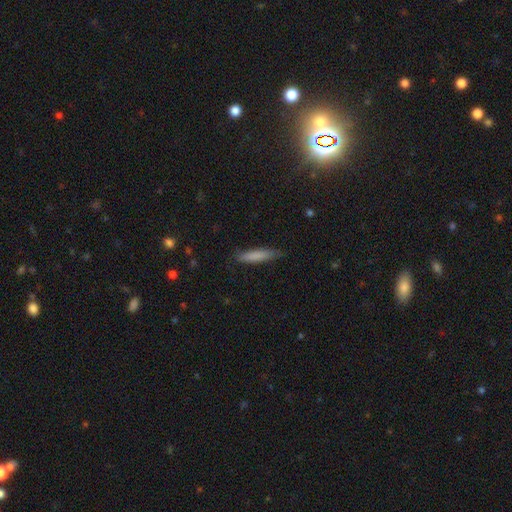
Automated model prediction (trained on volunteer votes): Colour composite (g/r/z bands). It shows a smooth galaxy with no disk features (81%) that is cigar-shaped (83%). Merging: none (80%).